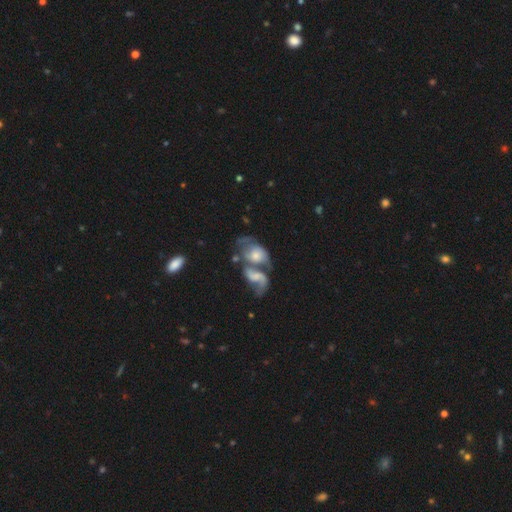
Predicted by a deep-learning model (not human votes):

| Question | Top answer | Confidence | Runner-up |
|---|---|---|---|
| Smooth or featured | featured or disk | 61% | smooth (29%) |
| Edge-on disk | no | 95% | yes (5%) |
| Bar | no | 68% | weak (26%) |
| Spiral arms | yes | 73% | no (27%) |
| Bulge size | moderate | 42% | small (29%) |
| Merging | merger | 67% | none (14%) |